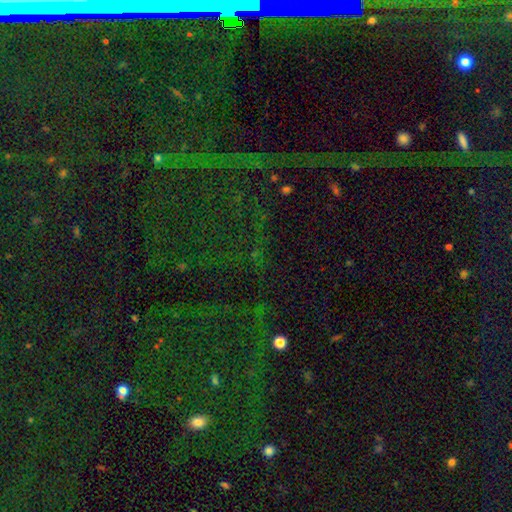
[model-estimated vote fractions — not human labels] A star or artifact, not a galaxy (77%).

Vote fractions:
- Smooth or featured? star or artifact: 77% / smooth: 14% / featured or disk: 10%